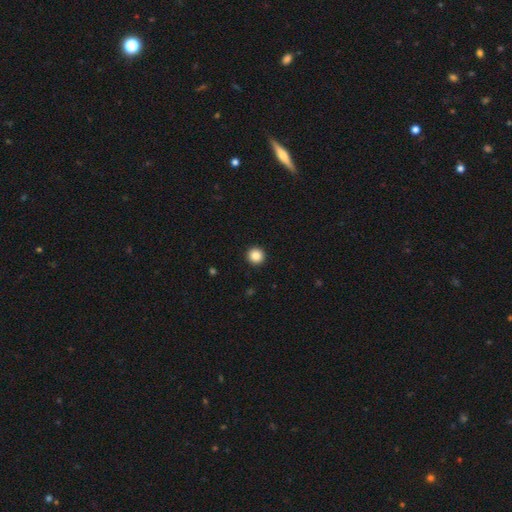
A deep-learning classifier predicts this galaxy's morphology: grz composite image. It shows a smooth galaxy with no disk features (86%) that is round (95%). Merging: none (94%).